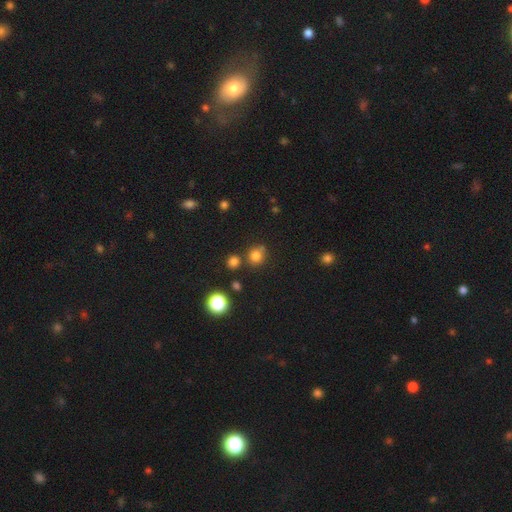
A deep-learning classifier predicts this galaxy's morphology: A smooth galaxy with no disk features (76%) that is round (87%).

Vote fractions:
- Smooth or featured? smooth: 76% / star or artifact: 18% / featured or disk: 6%
- How rounded? round: 87% / in between: 12% / cigar-shaped: 1%
- Merging? none: 70% / merger: 14% / minor disturbance: 12% / major disturbance: 4%